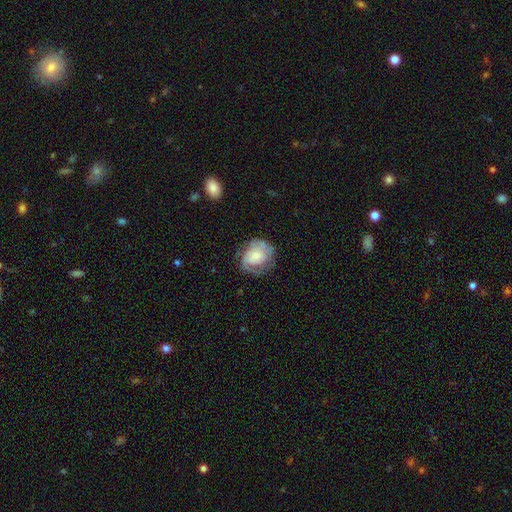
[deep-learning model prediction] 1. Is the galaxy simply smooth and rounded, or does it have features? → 58% featured or disk, 35% smooth, 7% star or artifact.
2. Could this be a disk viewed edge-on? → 97% no, 3% yes.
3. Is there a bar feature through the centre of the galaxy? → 75% no, 21% weak, 4% strong.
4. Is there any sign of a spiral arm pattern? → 80% yes, 20% no.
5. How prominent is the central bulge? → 50% small, 30% moderate, 10% large, 8% none, 2% dominant.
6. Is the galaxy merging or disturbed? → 60% none, 23% minor disturbance, 15% major disturbance, 2% merger.